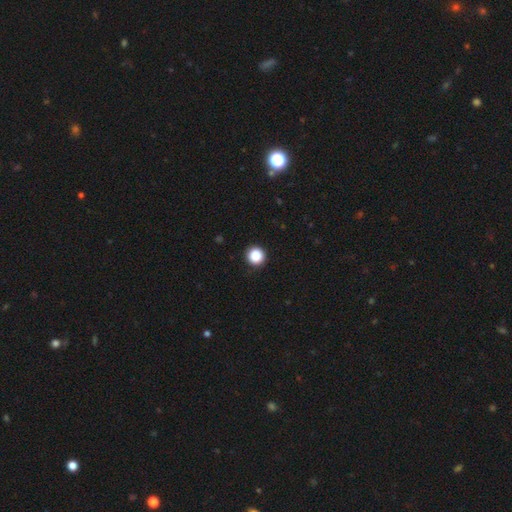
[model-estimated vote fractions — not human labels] This is clearly a smooth galaxy (88%). How rounded: clearly round (96%). Merging: clearly none (92%).